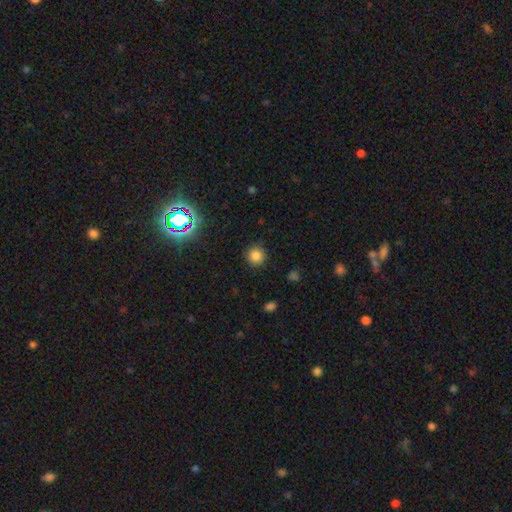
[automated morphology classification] Q: Smooth or featured?
A: smooth (81%); runner-up: star or artifact (14%)
Q: How rounded?
A: round (94%); runner-up: in between (5%)
Q: Merging?
A: none (90%); runner-up: minor disturbance (7%)